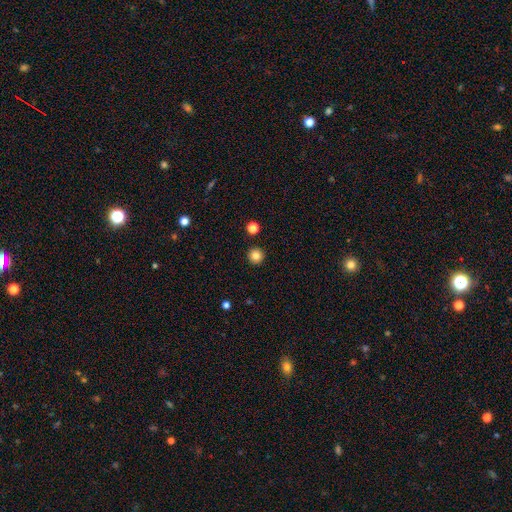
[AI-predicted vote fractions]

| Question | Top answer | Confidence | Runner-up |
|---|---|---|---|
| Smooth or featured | smooth | 83% | star or artifact (11%) |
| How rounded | round | 96% | in between (3%) |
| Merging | none | 93% | minor disturbance (4%) |